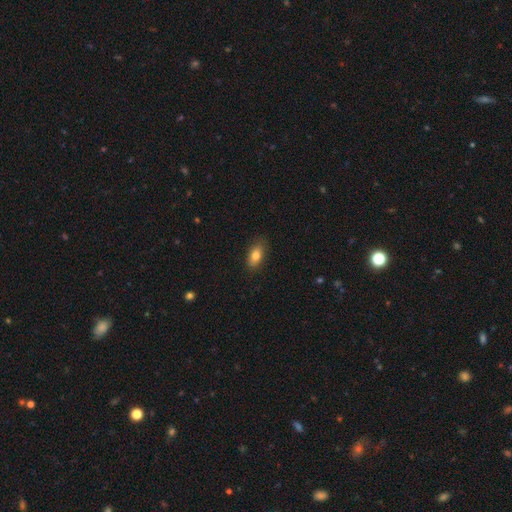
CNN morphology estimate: Smooth or featured?
  - smooth: 81% *
  - featured or disk: 11%
  - star or artifact: 8%
How rounded?
  - in between: 88% *
  - round: 7%
  - cigar-shaped: 6%
Merging?
  - none: 83% *
  - minor disturbance: 14%
  - major disturbance: 3%
  - merger: 1%